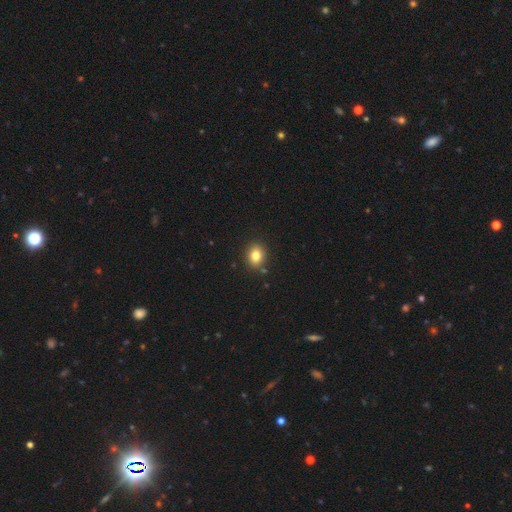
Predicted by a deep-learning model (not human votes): smooth 82%, star or artifact 11%, featured or disk 7%. Down the decision tree: how rounded — round (53%); merging — none (85%).